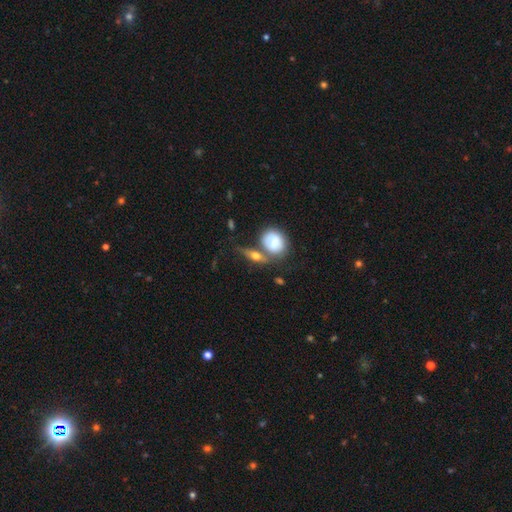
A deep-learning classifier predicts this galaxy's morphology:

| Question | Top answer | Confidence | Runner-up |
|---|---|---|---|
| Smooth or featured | smooth | 54% | featured or disk (36%) |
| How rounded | in between | 47% | round (35%) |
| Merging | none | 51% | merger (26%) |